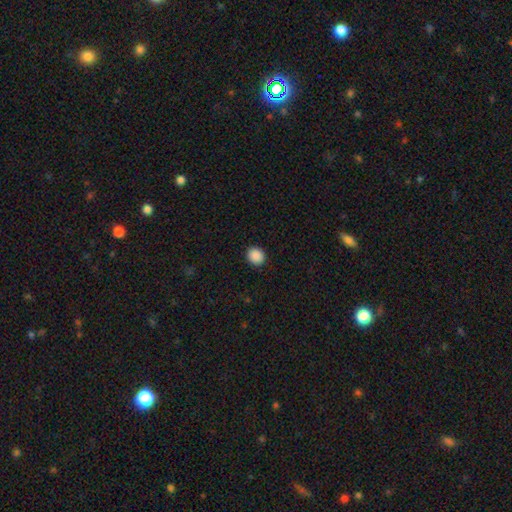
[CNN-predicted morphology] This appears to be a smooth galaxy with no disk features (89%) that is round (80%). Merging: none (92%).